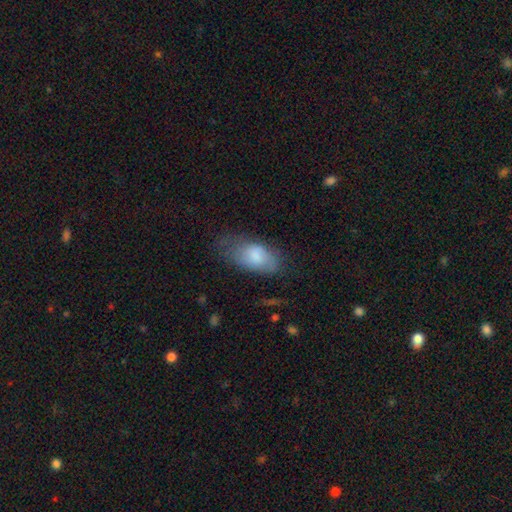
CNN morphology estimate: type=smooth (77%); roundness=in between (92%); merging=none (47%).